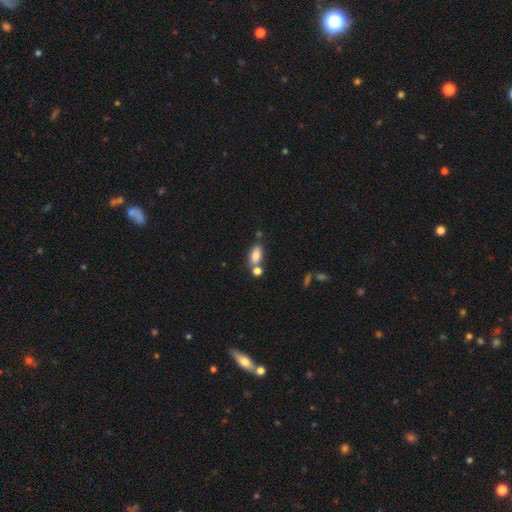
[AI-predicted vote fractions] A smooth galaxy with no disk features (80%) that is in between round and cigar-shaped (87%).

Vote fractions:
- Smooth or featured? smooth: 80% / featured or disk: 12% / star or artifact: 8%
- How rounded? in between: 87% / cigar-shaped: 7% / round: 6%
- Merging? none: 56% / merger: 27% / minor disturbance: 13% / major disturbance: 4%